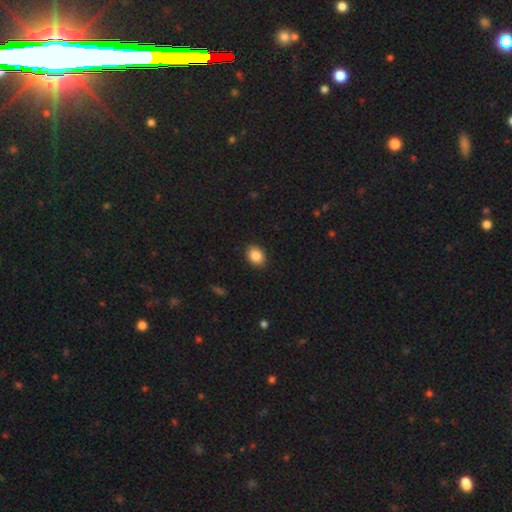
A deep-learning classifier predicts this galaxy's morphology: smooth 87%, star or artifact 8%, featured or disk 5%. Down the decision tree: how rounded — in between (62%); merging — none (88%).